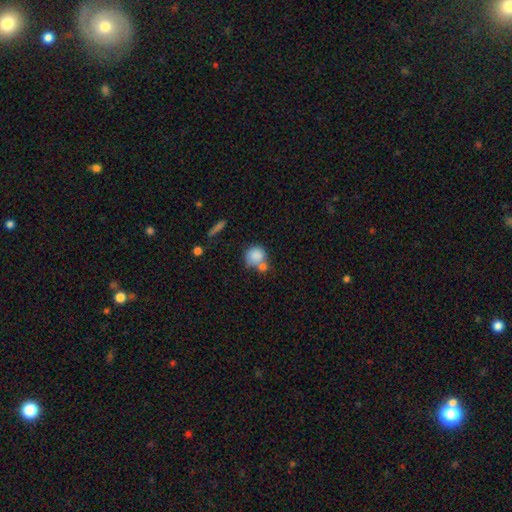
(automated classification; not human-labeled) Smooth or featured: smooth — 83% (star or artifact — 9%)
How rounded: round — 88% (in between — 11%)
Merging: none — 46% (merger — 36%)